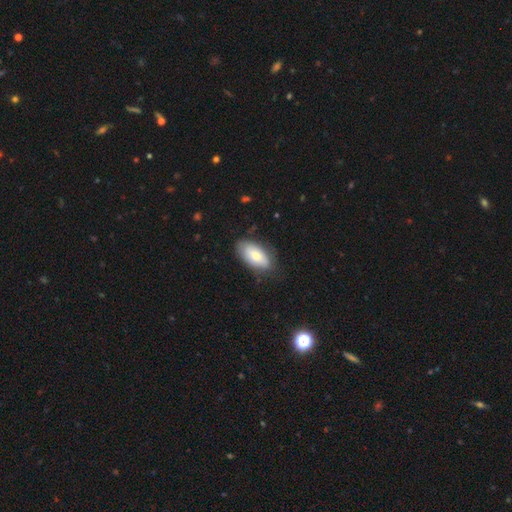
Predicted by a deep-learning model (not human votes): Smooth or featured? smooth (71%)
How rounded? in between (93%)
Merging? none (76%)